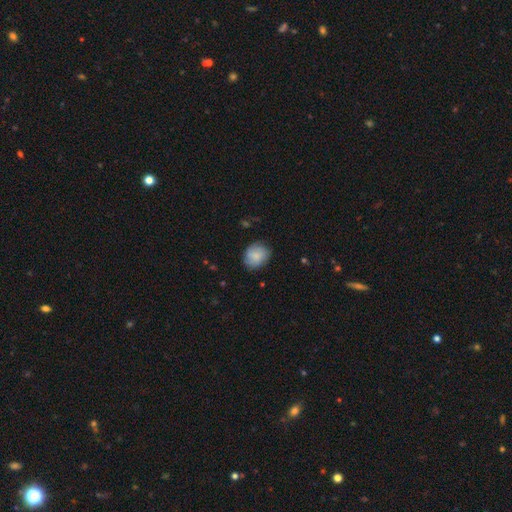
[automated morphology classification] Smooth or featured? Predicted: smooth (p=0.78). How rounded? Predicted: round (p=0.64). Merging? Predicted: none (p=0.77).